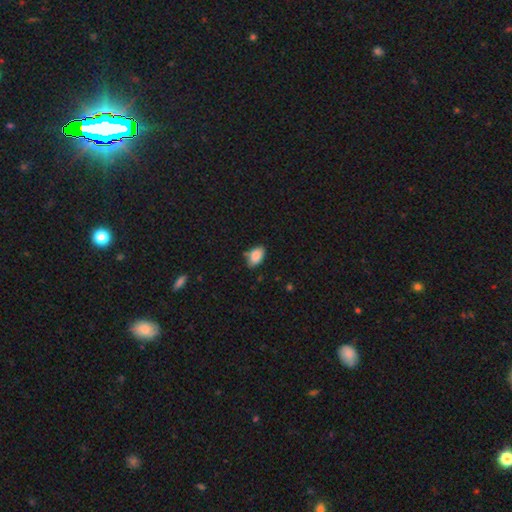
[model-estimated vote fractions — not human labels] Q: Smooth or featured?
A: smooth (87%); runner-up: star or artifact (8%)
Q: How rounded?
A: in between (91%); runner-up: round (7%)
Q: Merging?
A: none (70%); runner-up: minor disturbance (22%)